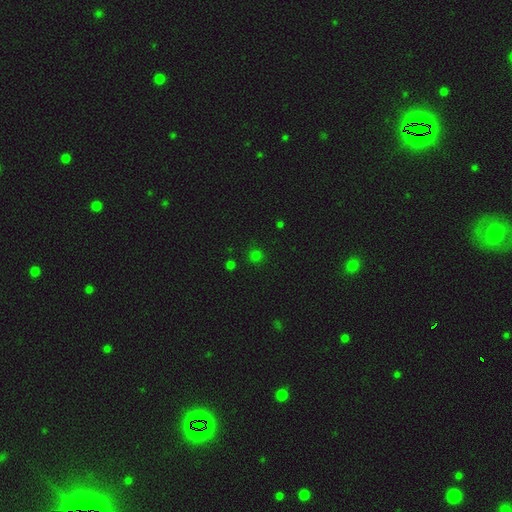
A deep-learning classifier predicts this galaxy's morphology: Smooth or featured? Predicted: smooth (p=0.72). How rounded? Predicted: round (p=0.93). Merging? Predicted: none (p=0.88).